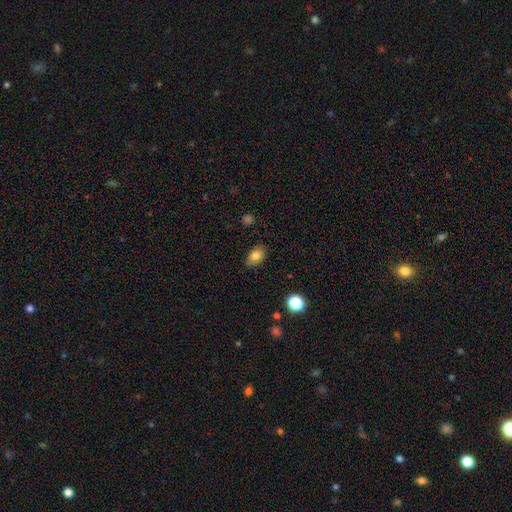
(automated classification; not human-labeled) This appears to be a smooth galaxy with no disk features (80%) that is in between round and cigar-shaped (84%). Merging: none (83%).